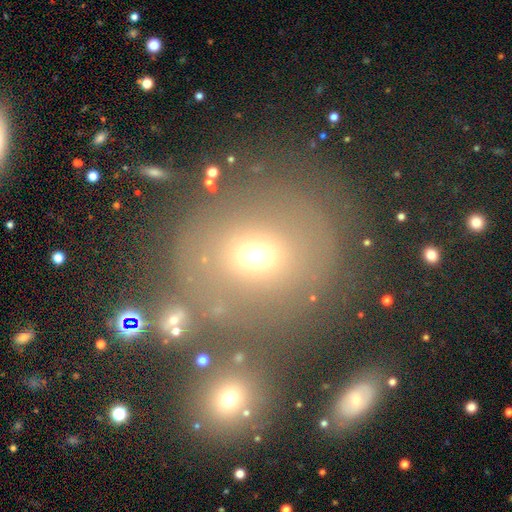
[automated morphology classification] Smooth or featured? smooth (57%)
How rounded? round (77%)
Merging? none (65%)